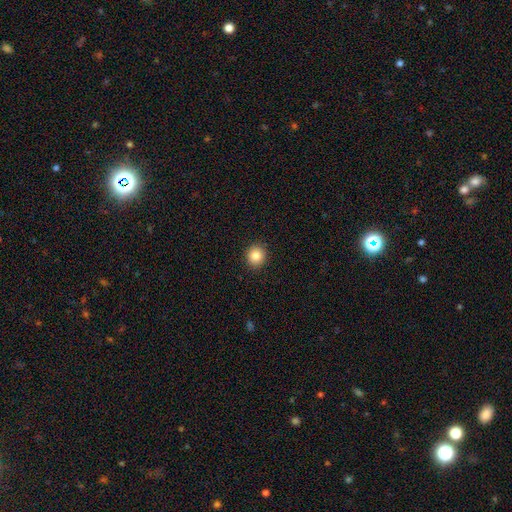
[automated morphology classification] This is clearly a smooth galaxy (84%). How rounded: clearly round (85%). Merging: clearly none (92%).